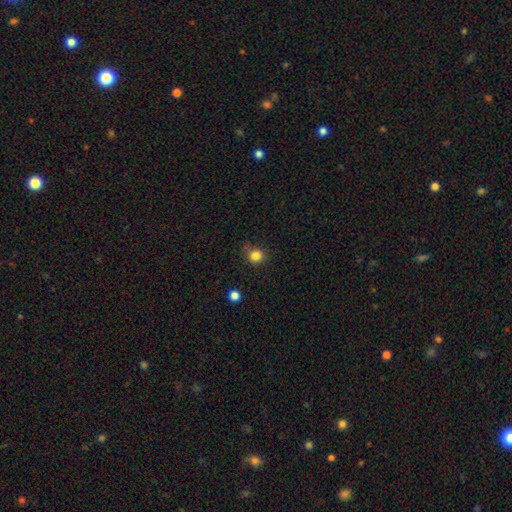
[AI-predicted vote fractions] Smooth or featured? smooth (83%)
How rounded? round (83%)
Merging? none (72%)